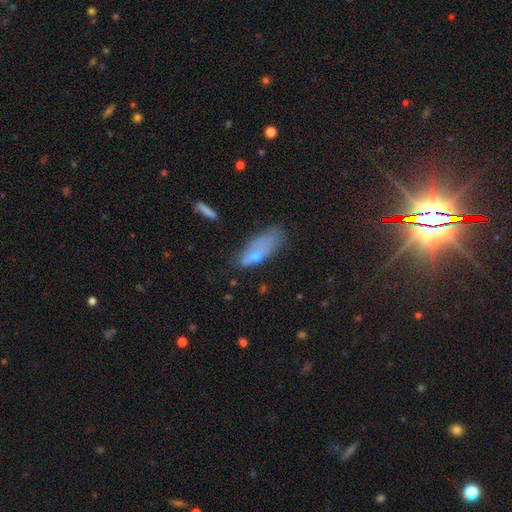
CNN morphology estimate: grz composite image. It shows a smooth galaxy with no disk features (62%) that is in between round and cigar-shaped (70%). Merging: major disturbance (31%, tied with minor disturbance).